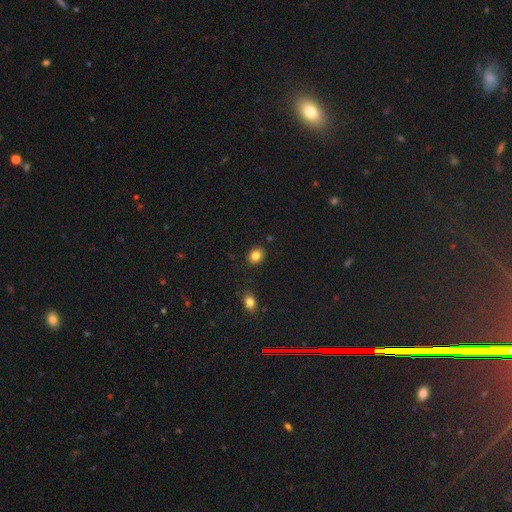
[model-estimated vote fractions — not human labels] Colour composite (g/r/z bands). It shows a smooth galaxy with no disk features (84%) that is in between round and cigar-shaped (50%). Merging: none (88%).